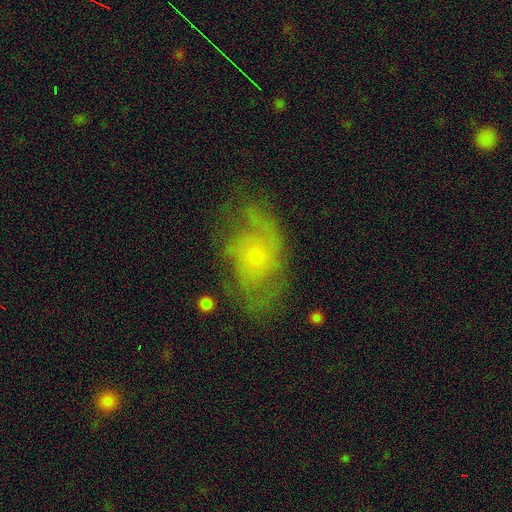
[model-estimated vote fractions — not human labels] This appears to be a featured or disk galaxy (60%) with no bar (79%), spiral arms (79%) and a small central bulge (68%). Merging: none (60%).